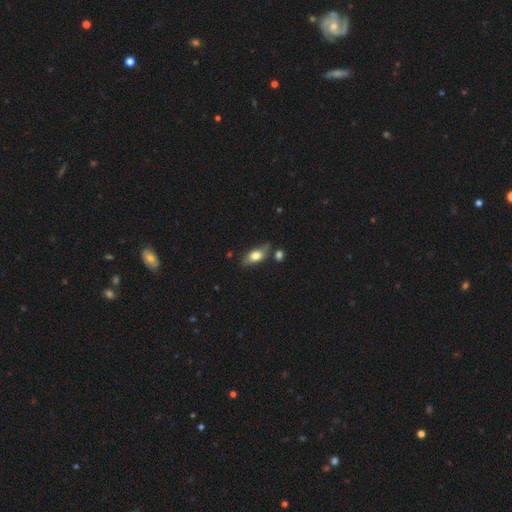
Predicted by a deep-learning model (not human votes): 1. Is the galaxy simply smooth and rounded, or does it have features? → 64% smooth, 29% featured or disk, 7% star or artifact.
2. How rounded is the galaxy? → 77% in between, 17% cigar-shaped, 6% round.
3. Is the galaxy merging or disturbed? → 68% none, 18% minor disturbance, 9% merger, 5% major disturbance.